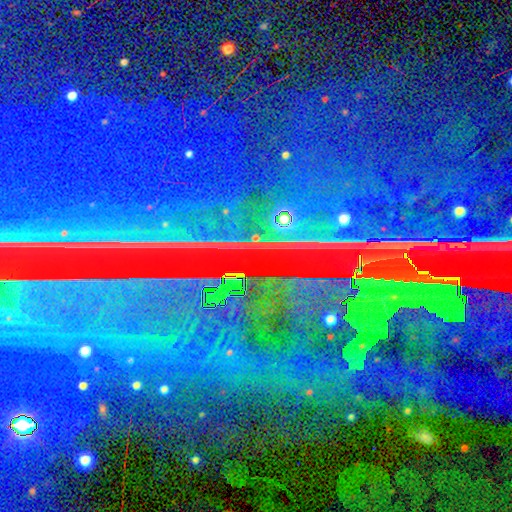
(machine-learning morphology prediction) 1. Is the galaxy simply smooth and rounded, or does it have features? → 80% star or artifact, 13% featured or disk, 6% smooth.